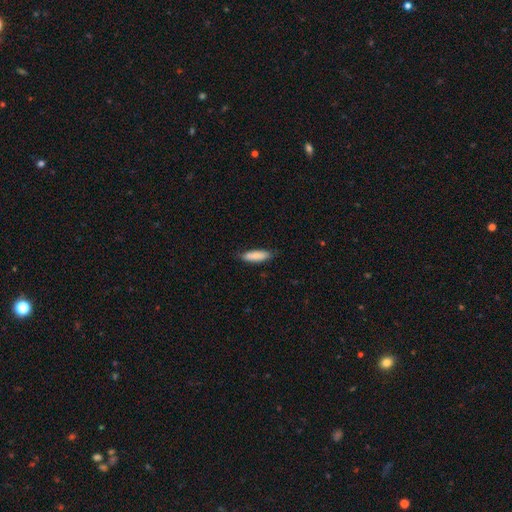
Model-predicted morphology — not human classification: Smooth or featured?
  - smooth: 86% *
  - featured or disk: 8%
  - star or artifact: 6%
How rounded?
  - cigar-shaped: 61% *
  - in between: 38%
  - round: 1%
Merging?
  - none: 82% *
  - minor disturbance: 15%
  - major disturbance: 2%
  - merger: 1%